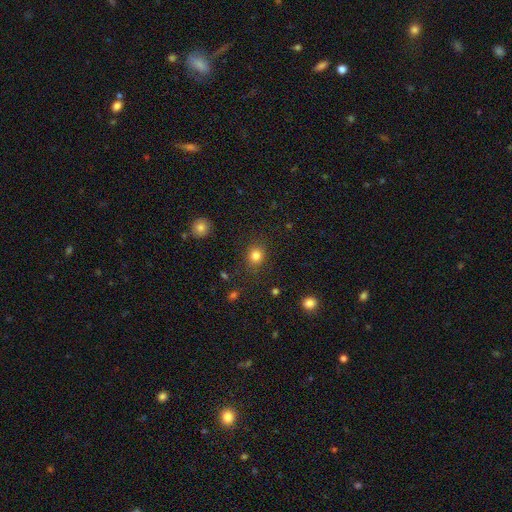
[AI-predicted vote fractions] Morphology: type=smooth (83%); roundness=round (75%); merging=none (85%).